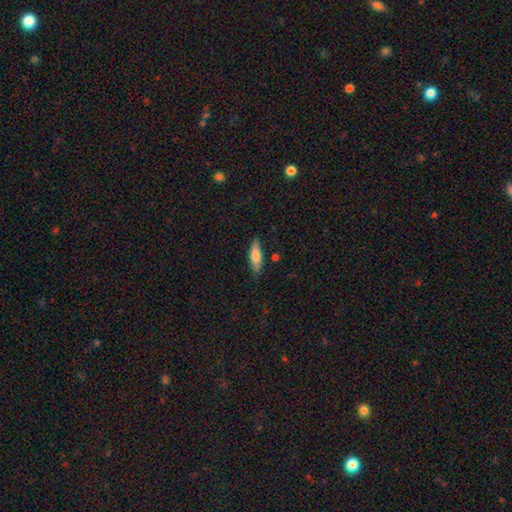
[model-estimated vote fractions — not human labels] The model was most divided on "how rounded": cigar-shaped: 50%, in between: 48%, round: 2%. More confident: merging — none (81%); smooth or featured — smooth (72%).